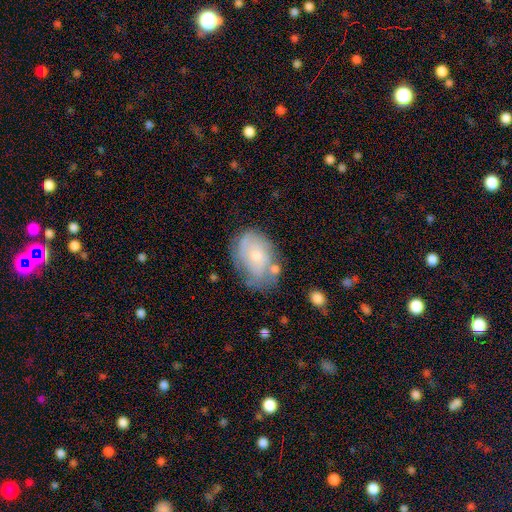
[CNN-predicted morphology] type=featured or disk (52%); edge-on=no (96%); merging=none (56%).